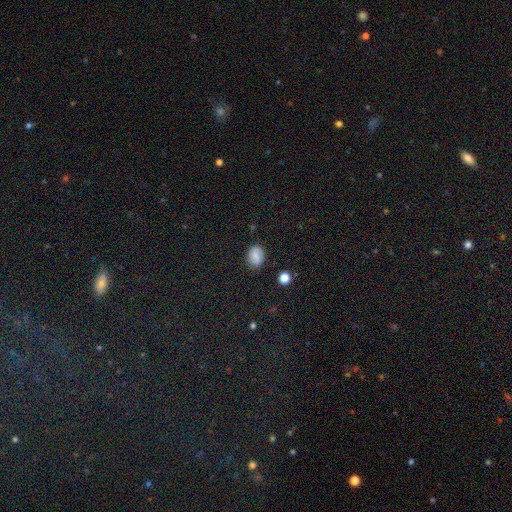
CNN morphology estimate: smooth_or_featured: smooth (p=0.78) [alt: featured or disk p=0.11]
how_rounded: in between (p=0.61) [alt: round p=0.38]
merging: none (p=0.83) [alt: minor disturbance p=0.12]